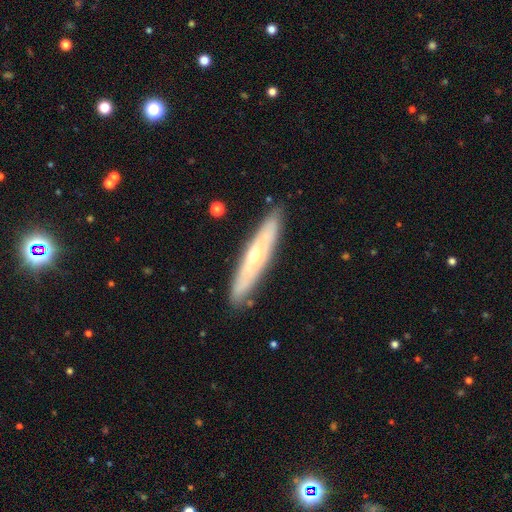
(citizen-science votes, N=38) Smooth or featured? 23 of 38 (61%) said featured or disk. Edge-on disk? 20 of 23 (87%) said yes. Edge-on bulge? 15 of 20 (75%) said rounded. Merging? 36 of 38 (95%) said none.